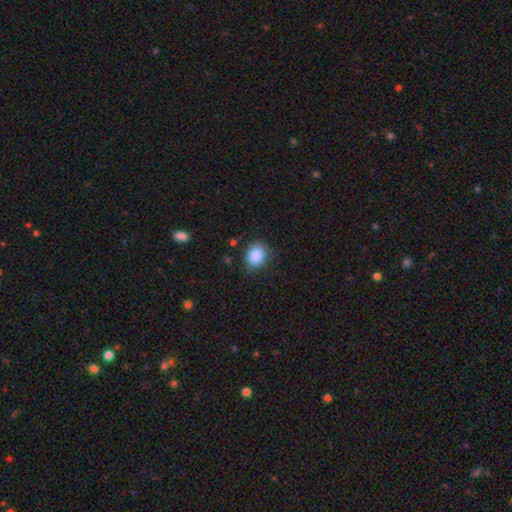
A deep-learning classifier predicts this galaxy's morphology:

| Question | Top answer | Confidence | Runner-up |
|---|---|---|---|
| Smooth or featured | smooth | 88% | star or artifact (8%) |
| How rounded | in between | 52% | round (47%) |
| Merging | none | 76% | minor disturbance (18%) |